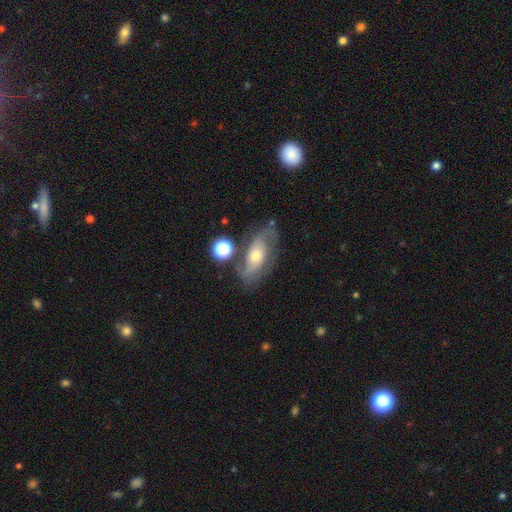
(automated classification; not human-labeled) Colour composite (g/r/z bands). It shows a featured or disk galaxy (63%) with no bar (68%), spiral arms (78%) and a moderate central bulge (52%). Merging: none (61%).